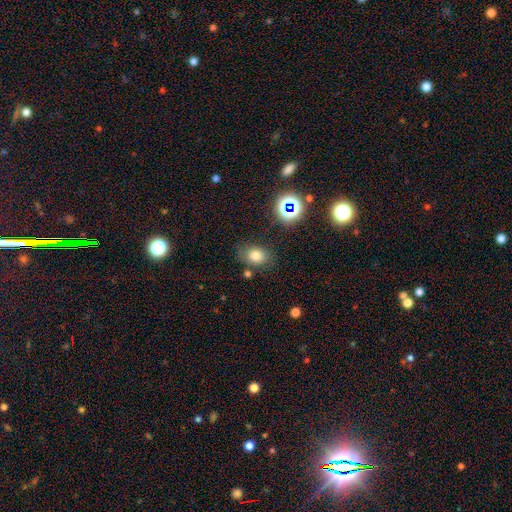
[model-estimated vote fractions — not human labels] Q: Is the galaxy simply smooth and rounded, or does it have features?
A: smooth — 74%.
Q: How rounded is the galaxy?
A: in between — 65%.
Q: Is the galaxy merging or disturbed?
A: none — 75%.